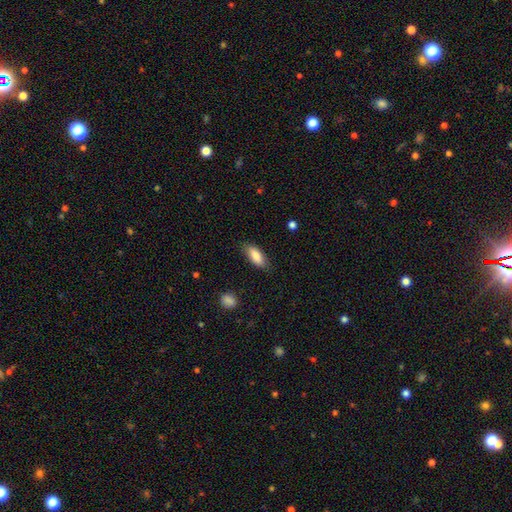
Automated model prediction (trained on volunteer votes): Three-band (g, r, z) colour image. It shows a smooth galaxy with no disk features (84%) that is in between round and cigar-shaped (74%). Merging: none (82%).